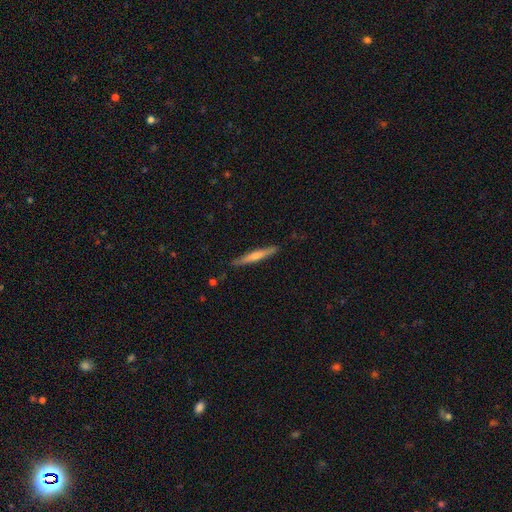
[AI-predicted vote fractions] A featured or disk galaxy (57%) viewed edge-on (97%) with a rounded central bulge (56%).

Vote fractions:
- Smooth or featured? featured or disk: 57% / smooth: 36% / star or artifact: 7%
- Edge-on disk? yes: 97% / no: 3%
- Edge-on bulge? rounded: 56% / none: 33% / boxy: 11%
- Merging? none: 89% / minor disturbance: 9% / major disturbance: 2% / merger: 1%